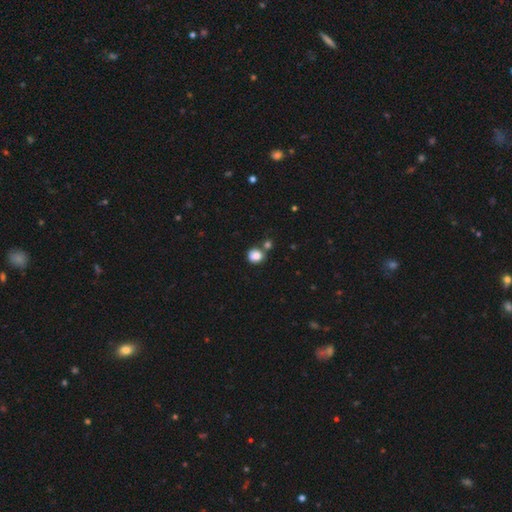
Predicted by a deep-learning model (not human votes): A smooth galaxy with no disk features (82%) that is round (79%).

Vote fractions:
- Smooth or featured? smooth: 82% / star or artifact: 10% / featured or disk: 7%
- How rounded? round: 79% / in between: 20% / cigar-shaped: 1%
- Merging? none: 62% / merger: 21% / minor disturbance: 13% / major disturbance: 4%